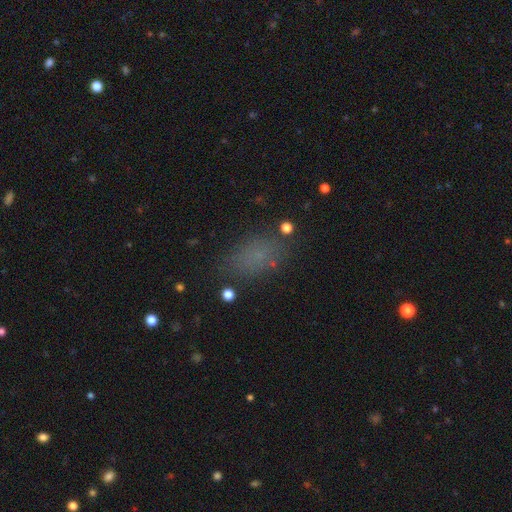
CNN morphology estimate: Overall: smooth (70%). How rounded: in between (84%). Merging: none (78%).